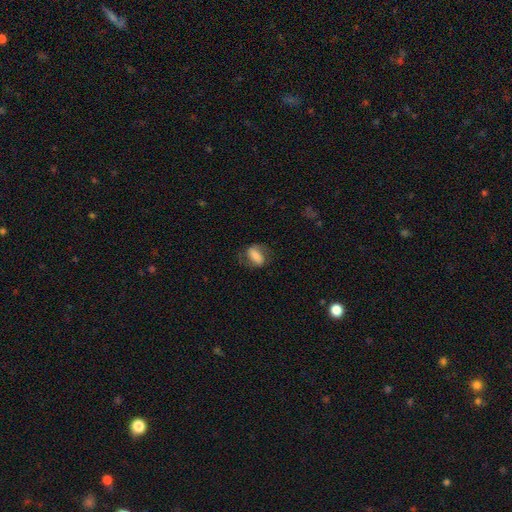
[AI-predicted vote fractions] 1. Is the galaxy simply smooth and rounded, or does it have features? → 61% smooth, 30% featured or disk, 8% star or artifact.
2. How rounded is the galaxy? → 80% in between, 10% cigar-shaped, 10% round.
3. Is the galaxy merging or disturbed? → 64% none, 21% minor disturbance, 14% major disturbance, 1% merger.